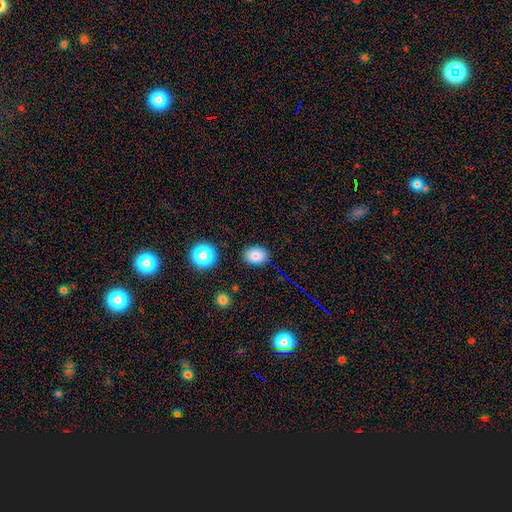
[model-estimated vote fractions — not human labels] The model was most divided on "how rounded": in between: 64%, round: 35%, cigar-shaped: 1%. More confident: merging — none (85%); smooth or featured — smooth (82%).